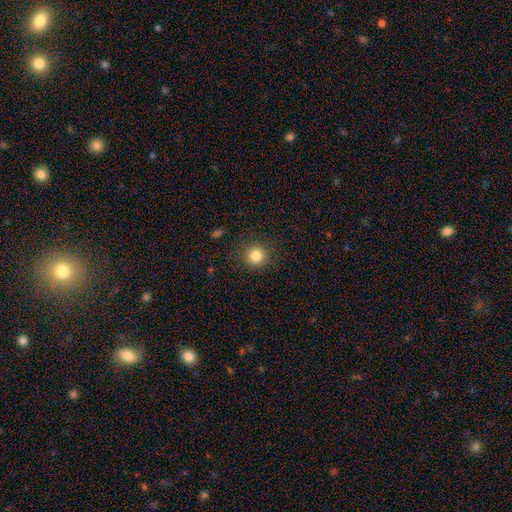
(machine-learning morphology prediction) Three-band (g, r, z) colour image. It shows a smooth galaxy with no disk features (83%) that is round (92%). Merging: none (88%).